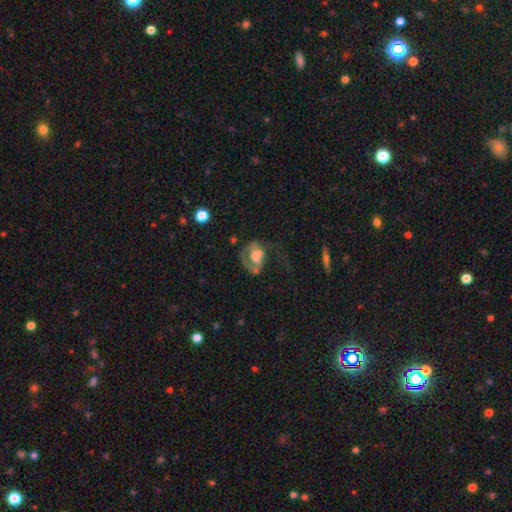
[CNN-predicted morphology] Overall: featured or disk (60%; smooth 31%). Edge-on disk: no (97%). Bar: no (69%). Spiral arms: yes (50%, tied with no). Bulge size: moderate (38%; large 22%). Merging: major disturbance (45%; none 27%).